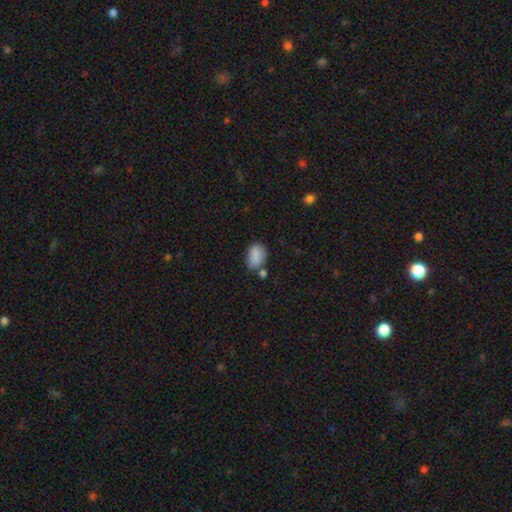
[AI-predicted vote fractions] Overall: smooth (85%). How rounded: in between (83%). Merging: none (58%; minor disturbance 23%).